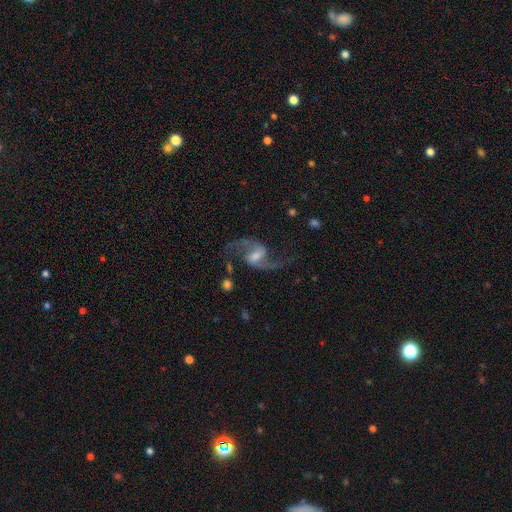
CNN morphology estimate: Overall: featured or disk (91%). Edge-on disk: no (98%). Bar: weak (54%; strong 23%). Spiral arms: yes (98%). Spiral arm count: 2 (94%). Spiral winding: loose (63%; medium 32%). Bulge size: moderate (45%; small 35%). Merging: none (75%).